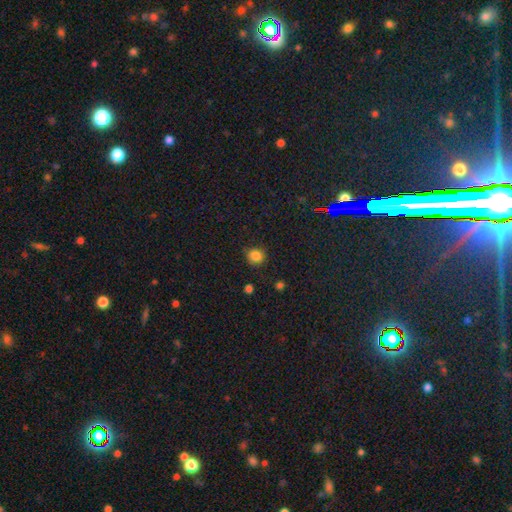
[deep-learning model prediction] Smooth or featured?
  - smooth: 84% *
  - star or artifact: 12%
  - featured or disk: 4%
How rounded?
  - round: 84% *
  - in between: 15%
  - cigar-shaped: 1%
Merging?
  - none: 84% *
  - minor disturbance: 12%
  - major disturbance: 3%
  - merger: 2%